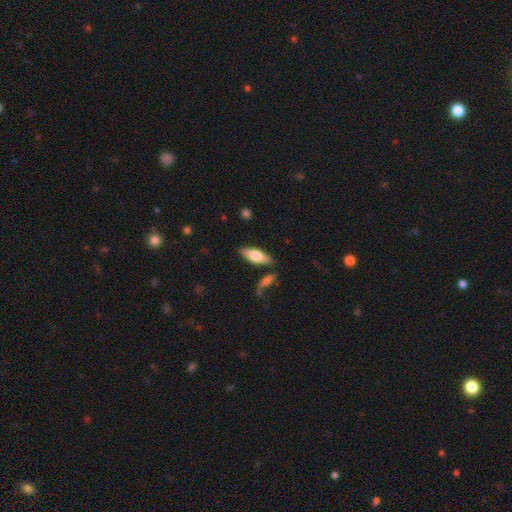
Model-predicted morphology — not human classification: Smooth or featured: smooth — 57% (featured or disk — 37%)
How rounded: in between — 66% (cigar-shaped — 32%)
Merging: none — 80% (minor disturbance — 12%)